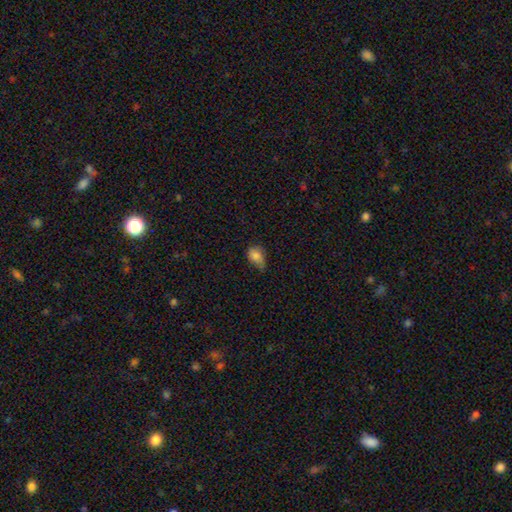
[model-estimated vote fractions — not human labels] A smooth galaxy with no disk features (81%) that is in between round and cigar-shaped (77%). Merging: minor disturbance (44%).